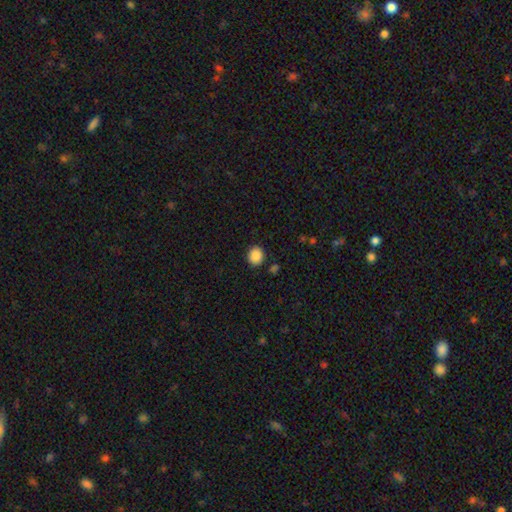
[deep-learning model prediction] Smooth or featured?
  - smooth: 88% *
  - star or artifact: 9%
  - featured or disk: 3%
How rounded?
  - round: 70% *
  - in between: 29%
  - cigar-shaped: 1%
Merging?
  - none: 88% *
  - minor disturbance: 7%
  - major disturbance: 2%
  - merger: 2%